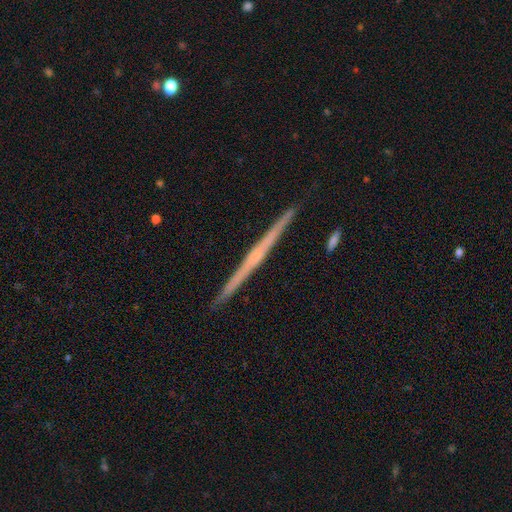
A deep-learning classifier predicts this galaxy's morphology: A featured or disk galaxy (74%) viewed edge-on (99%) with no central bulge (64%). Merging: none (93%).